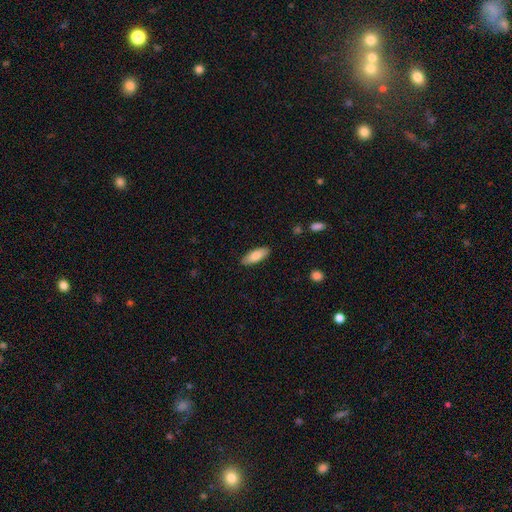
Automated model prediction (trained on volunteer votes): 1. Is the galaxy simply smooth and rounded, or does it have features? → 82% smooth, 12% featured or disk, 6% star or artifact.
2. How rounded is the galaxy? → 70% in between, 28% cigar-shaped, 2% round.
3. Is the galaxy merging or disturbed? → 87% none, 10% minor disturbance, 2% major disturbance, 1% merger.